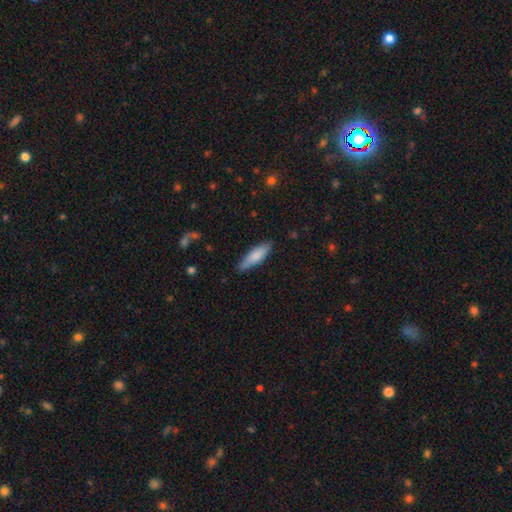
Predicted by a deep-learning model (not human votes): smooth_or_featured: smooth (p=0.80) [alt: featured or disk p=0.15]
how_rounded: cigar-shaped (p=0.53) [alt: in between p=0.45]
merging: none (p=0.79) [alt: minor disturbance p=0.17]